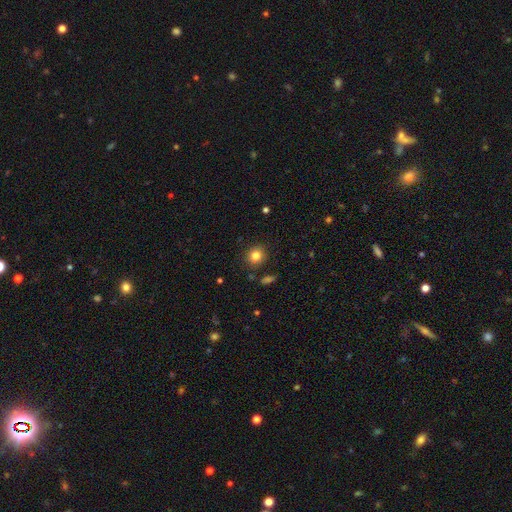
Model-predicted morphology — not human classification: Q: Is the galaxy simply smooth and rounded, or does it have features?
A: smooth — 82%.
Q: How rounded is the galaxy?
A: round — 81%.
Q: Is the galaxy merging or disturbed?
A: none — 87%.